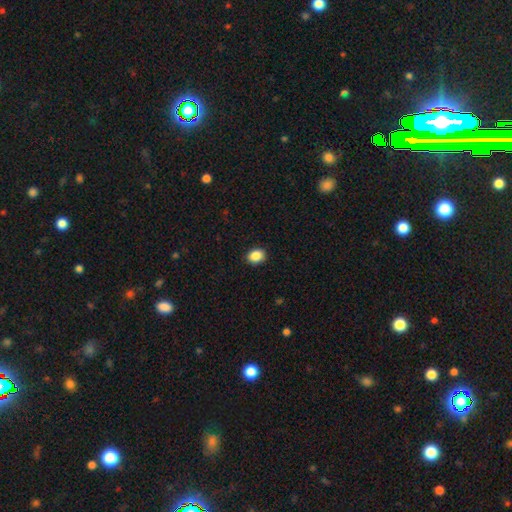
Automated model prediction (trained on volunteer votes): smooth 88%, star or artifact 9%, featured or disk 3%. Down the decision tree: how rounded — in between (51%); merging — none (90%).